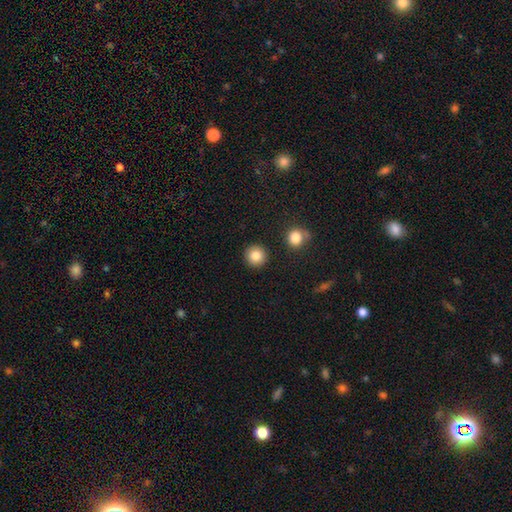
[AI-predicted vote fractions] Smooth or featured: smooth — 85% (star or artifact — 10%)
How rounded: round — 95% (in between — 4%)
Merging: none — 91% (minor disturbance — 5%)